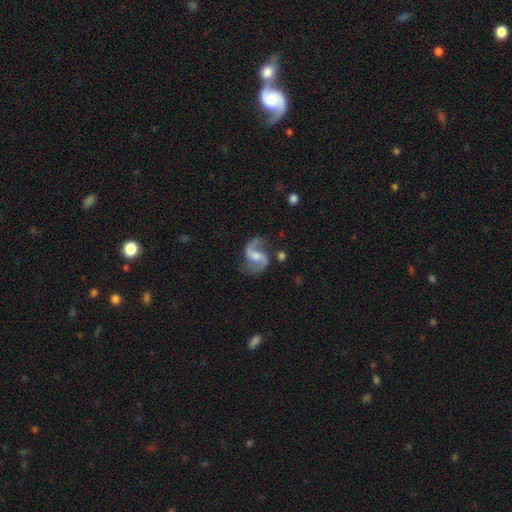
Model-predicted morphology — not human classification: Smooth or featured? Predicted: featured or disk (p=0.90). Edge-on disk? Predicted: no (p=0.98). Bar? Predicted: weak (p=0.49). Spiral arms? Predicted: yes (p=0.97). Spiral winding? Predicted: loose (p=0.50). Spiral arm count? Predicted: 2 (p=0.94). Bulge size? Predicted: moderate (p=0.52). Merging? Predicted: none (p=0.75).